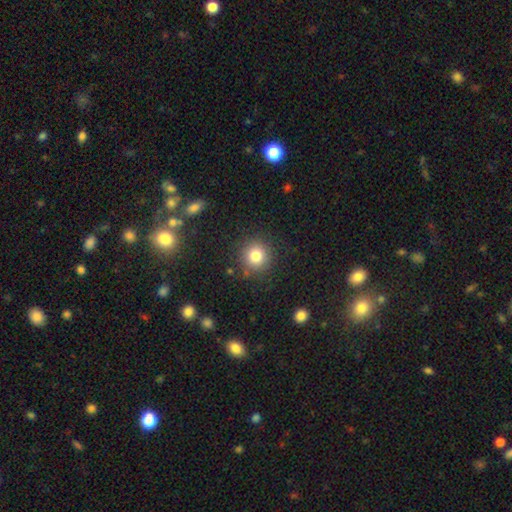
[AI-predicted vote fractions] This appears to be a smooth galaxy with no disk features (80%) that is round (93%). Merging: none (87%).